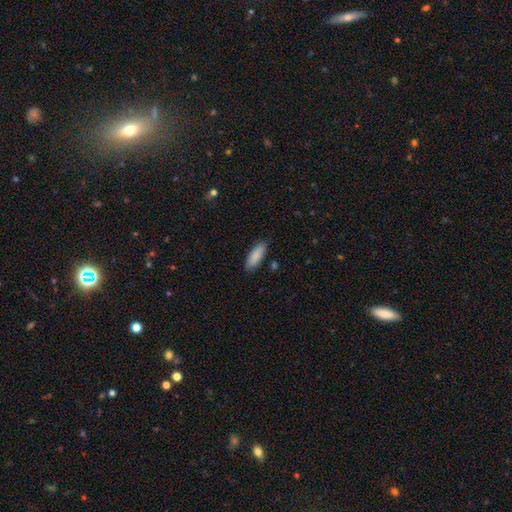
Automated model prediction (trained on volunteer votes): A smooth galaxy with no disk features (88%) that is in between round and cigar-shaped (69%).

Vote fractions:
- Smooth or featured? smooth: 88% / featured or disk: 6% / star or artifact: 6%
- How rounded? in between: 69% / cigar-shaped: 30% / round: 2%
- Merging? none: 86% / minor disturbance: 10% / major disturbance: 2% / merger: 2%